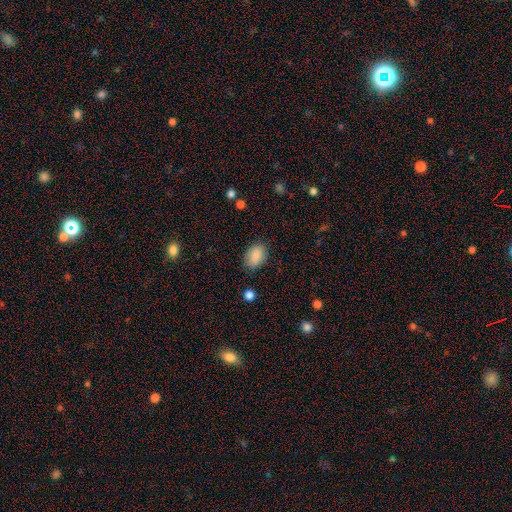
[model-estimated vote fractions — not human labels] smooth-or-featured: smooth: 87% | star or artifact: 8% | featured or disk: 5%
  how-rounded: in between: 83% | round: 16% | cigar-shaped: 1%
  merging: none: 80% | minor disturbance: 15% | major disturbance: 4% | merger: 1%